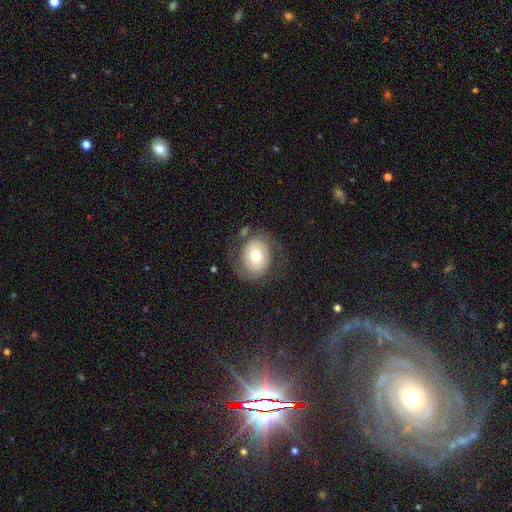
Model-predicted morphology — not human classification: A featured or disk galaxy (49%).

Vote fractions:
- Smooth or featured? featured or disk: 49% / smooth: 43% / star or artifact: 8%
- Merging? none: 69% / minor disturbance: 16% / major disturbance: 13% / merger: 3%